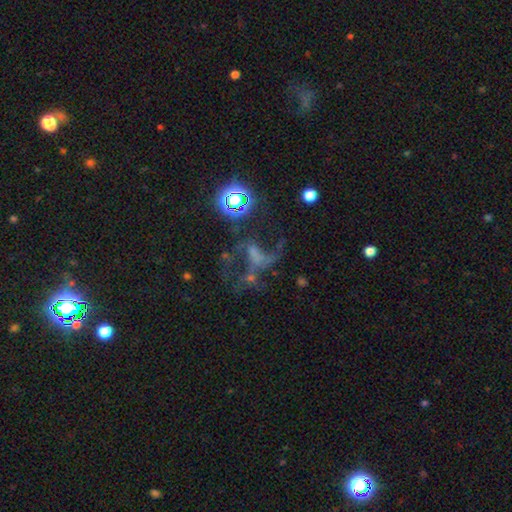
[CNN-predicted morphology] A featured or disk galaxy (48%). Merging: major disturbance (40%).